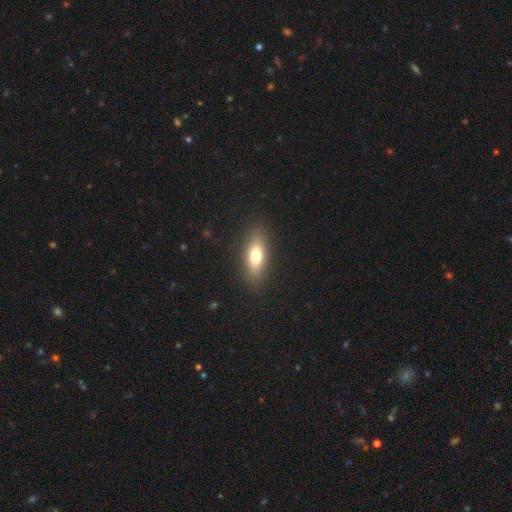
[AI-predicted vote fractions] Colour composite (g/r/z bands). It shows a smooth galaxy with no disk features (72%) that is in between round and cigar-shaped (69%). Merging: none (87%).